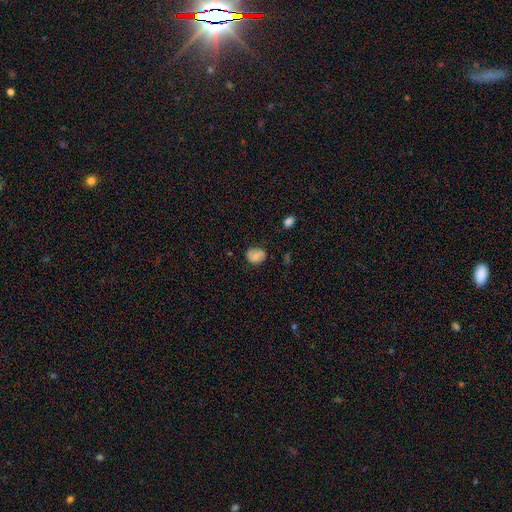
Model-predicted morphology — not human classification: type=smooth (68%); roundness=round (56%); merging=none (69%).